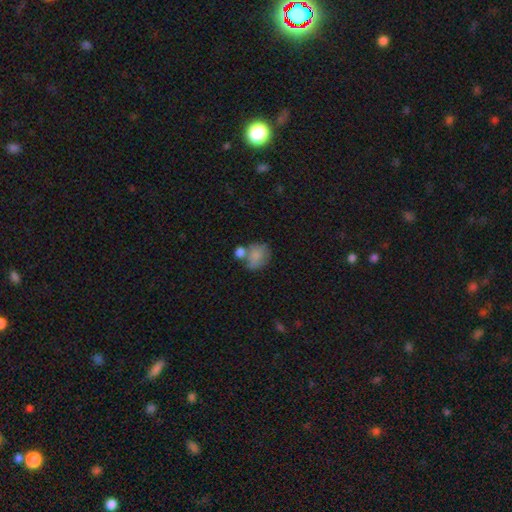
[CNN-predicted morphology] smooth_or_featured: smooth (p=0.77) [alt: featured or disk p=0.14]
how_rounded: round (p=0.57) [alt: in between p=0.42]
merging: none (p=0.40) [alt: merger p=0.33]